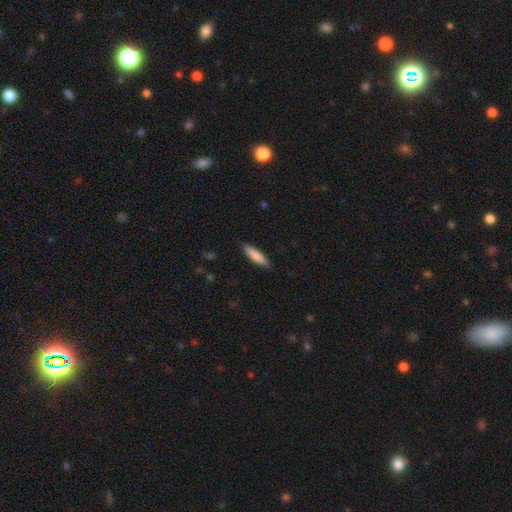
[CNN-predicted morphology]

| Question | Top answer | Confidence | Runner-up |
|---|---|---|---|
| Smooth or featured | smooth | 83% | featured or disk (12%) |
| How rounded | cigar-shaped | 72% | in between (26%) |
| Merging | none | 88% | minor disturbance (10%) |